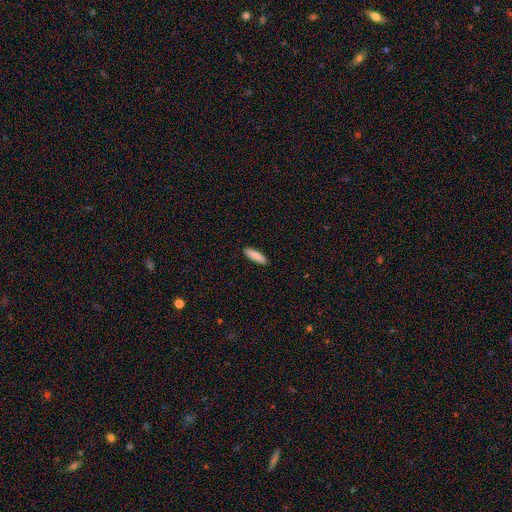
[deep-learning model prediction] Smooth or featured?
  - smooth: 87% *
  - featured or disk: 8%
  - star or artifact: 6%
How rounded?
  - cigar-shaped: 59% *
  - in between: 39%
  - round: 1%
Merging?
  - none: 90% *
  - minor disturbance: 7%
  - major disturbance: 2%
  - merger: 1%